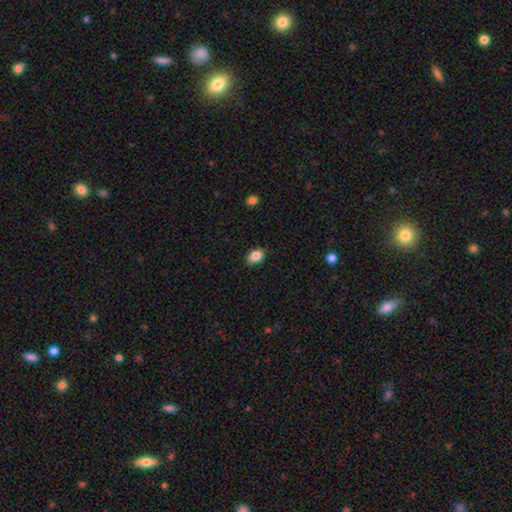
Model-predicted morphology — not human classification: Q: Smooth or featured?
A: smooth (87%); runner-up: star or artifact (8%)
Q: How rounded?
A: in between (82%); runner-up: round (17%)
Q: Merging?
A: none (85%); runner-up: minor disturbance (12%)